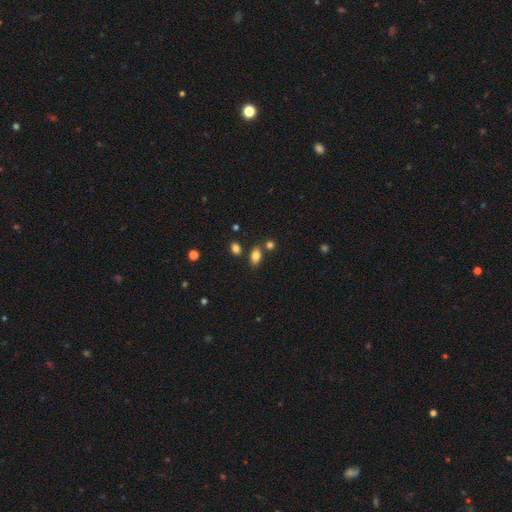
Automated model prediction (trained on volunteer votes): This appears to be a smooth galaxy with no disk features (81%) that is in between round and cigar-shaped (86%). Merging: none (75%).